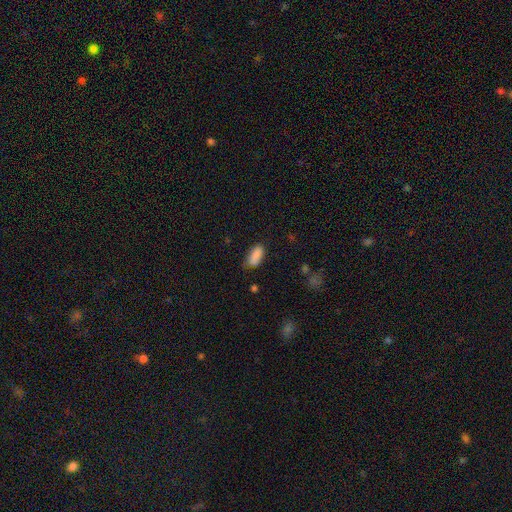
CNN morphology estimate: Overall: smooth (87%). How rounded: in between (87%). Merging: none (66%).